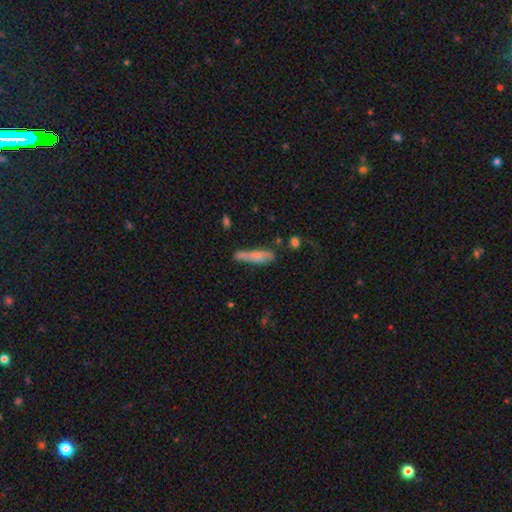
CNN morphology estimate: Smooth or featured: smooth — 67% (featured or disk — 24%)
How rounded: cigar-shaped — 83% (in between — 15%)
Merging: none — 54% (minor disturbance — 26%)